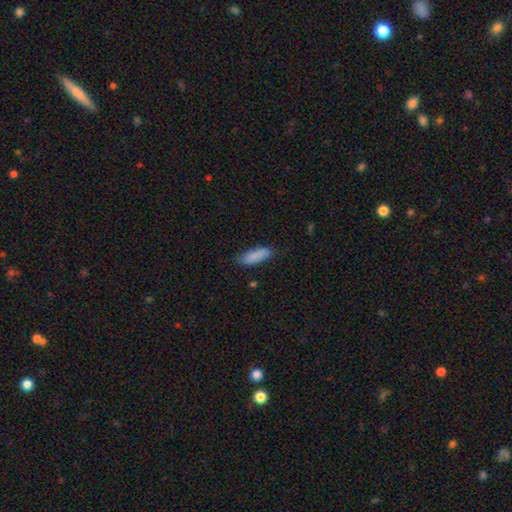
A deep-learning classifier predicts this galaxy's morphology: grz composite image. It shows a smooth galaxy with no disk features (87%) that is in between round and cigar-shaped (58%). Merging: none (78%).